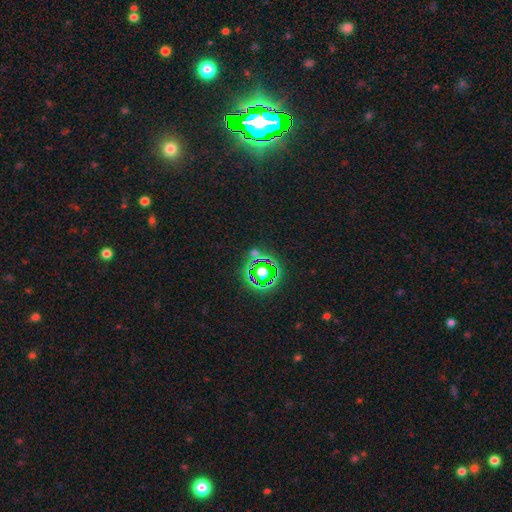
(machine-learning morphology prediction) Smooth or featured? Predicted: star or artifact (p=0.76).